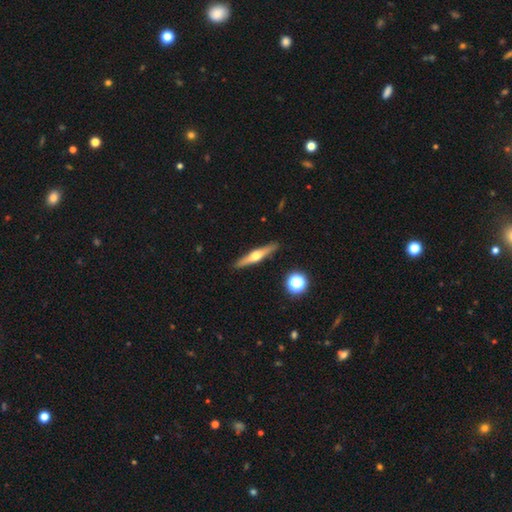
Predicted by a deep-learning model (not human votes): This appears to be a featured or disk galaxy (66%) viewed edge-on (97%) with a rounded central bulge (93%). Merging: none (91%).